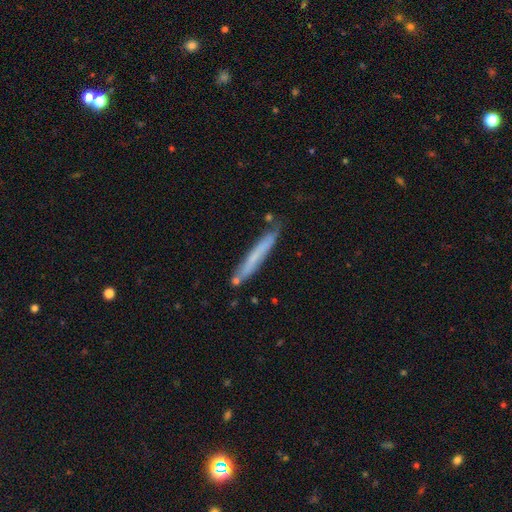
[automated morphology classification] The model was most divided on "smooth or featured": smooth: 58%, featured or disk: 35%, star or artifact: 7%. More confident: how rounded — cigar-shaped (96%); merging — none (79%).